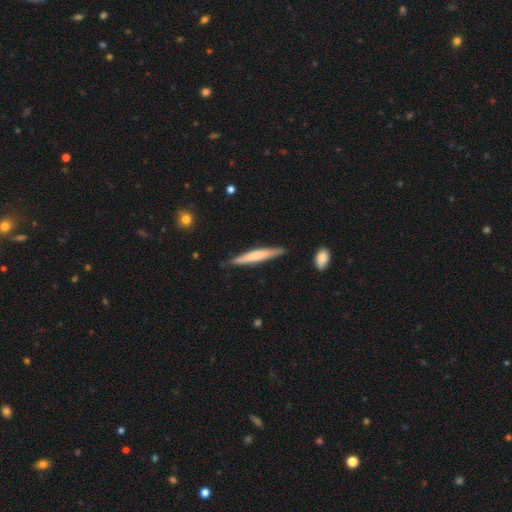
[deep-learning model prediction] A smooth galaxy with no disk features (59%) that is cigar-shaped (95%).

Vote fractions:
- Smooth or featured? smooth: 59% / featured or disk: 37% / star or artifact: 5%
- How rounded? cigar-shaped: 95% / in between: 3% / round: 1%
- Merging? none: 86% / minor disturbance: 11% / major disturbance: 2% / merger: 2%